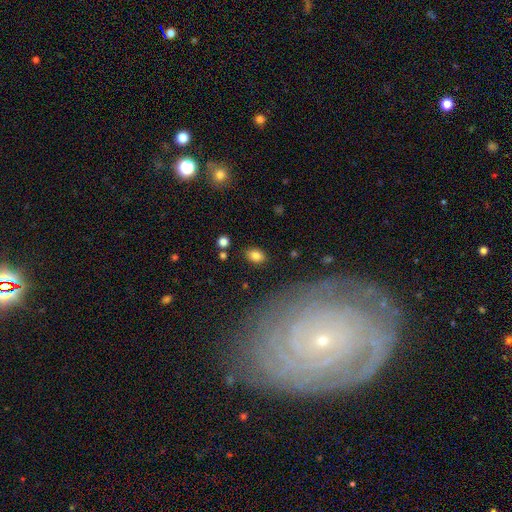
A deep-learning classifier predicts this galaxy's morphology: Smooth or featured? smooth (83%)
How rounded? in between (79%)
Merging? none (85%)